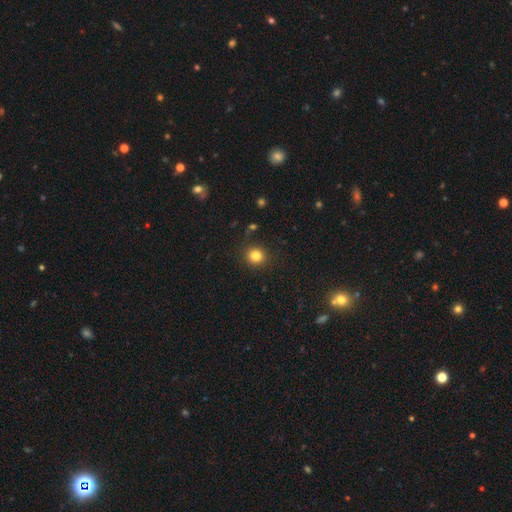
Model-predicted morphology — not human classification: Smooth or featured? Predicted: smooth (p=0.82). How rounded? Predicted: round (p=0.89). Merging? Predicted: none (p=0.89).